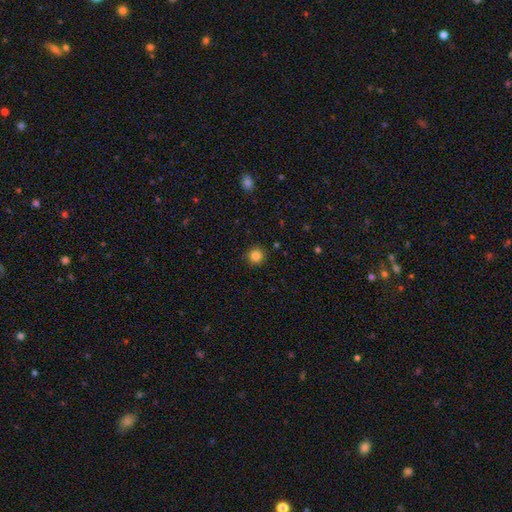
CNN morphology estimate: Smooth or featured?
  - smooth: 85% *
  - star or artifact: 11%
  - featured or disk: 4%
How rounded?
  - round: 94% *
  - in between: 5%
  - cigar-shaped: 1%
Merging?
  - none: 91% *
  - minor disturbance: 6%
  - major disturbance: 2%
  - merger: 1%